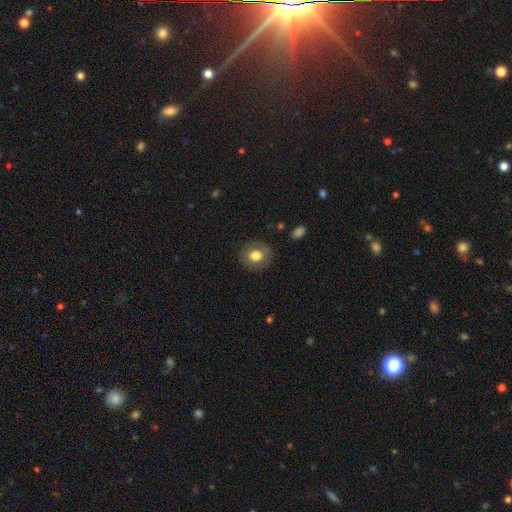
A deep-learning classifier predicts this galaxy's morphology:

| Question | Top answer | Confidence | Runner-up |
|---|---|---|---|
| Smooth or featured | smooth | 75% | featured or disk (16%) |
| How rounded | round | 73% | in between (26%) |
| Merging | none | 85% | minor disturbance (11%) |